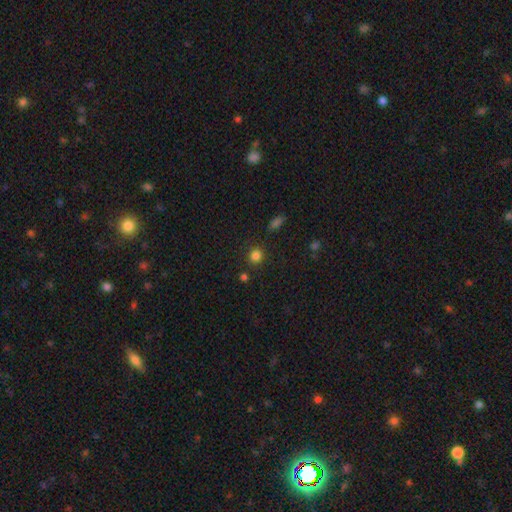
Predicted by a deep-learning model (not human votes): Q: Smooth or featured?
A: smooth (81%); runner-up: star or artifact (14%)
Q: How rounded?
A: round (87%); runner-up: in between (12%)
Q: Merging?
A: none (85%); runner-up: minor disturbance (8%)